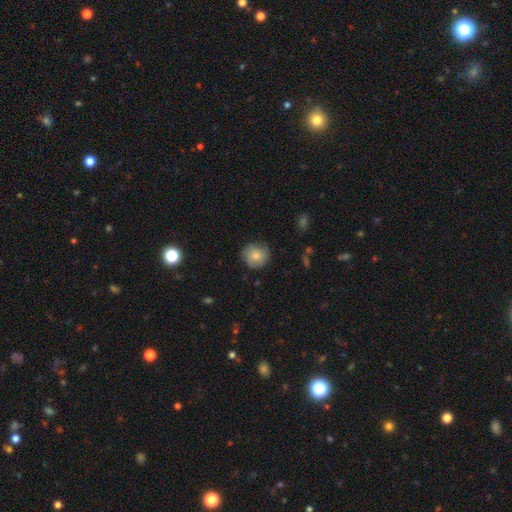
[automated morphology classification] smooth_or_featured: smooth (p=0.76) [alt: featured or disk p=0.16]
how_rounded: round (p=0.90) [alt: in between p=0.09]
merging: none (p=0.78) [alt: minor disturbance p=0.17]